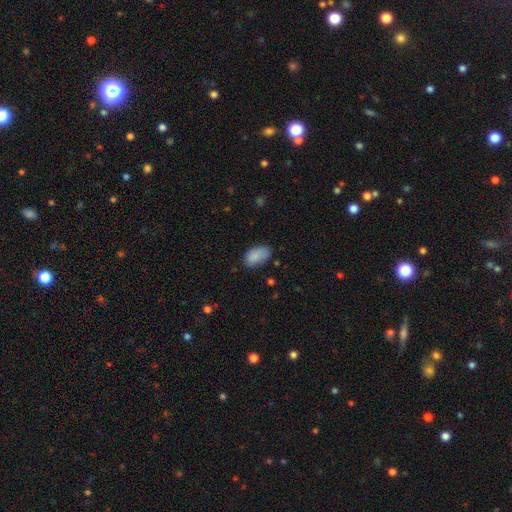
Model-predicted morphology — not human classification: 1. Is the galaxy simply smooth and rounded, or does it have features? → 86% smooth, 7% star or artifact, 7% featured or disk.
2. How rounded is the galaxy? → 93% in between, 6% round, 2% cigar-shaped.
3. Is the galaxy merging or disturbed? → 68% none, 24% minor disturbance, 5% major disturbance, 2% merger.